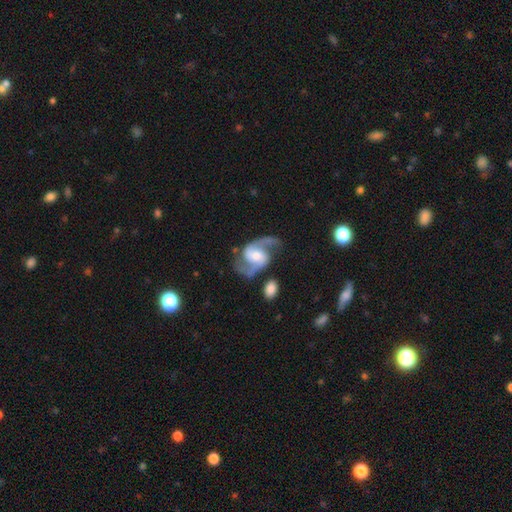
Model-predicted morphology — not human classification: A featured or disk galaxy (90%) with no bar (41%, tied with weak), 2 (93%) medium (52%) spiral arms (98%) and a moderate central bulge (53%). Merging: none (71%).